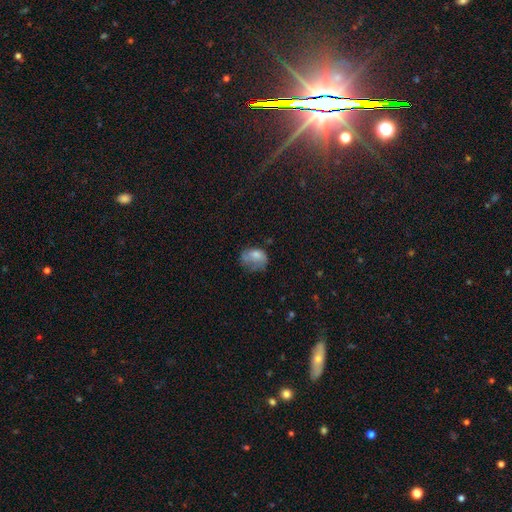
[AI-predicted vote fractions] Overall: smooth (62%; featured or disk 27%). How rounded: in between (66%; round 33%). Merging: none (35%; major disturbance 31%).